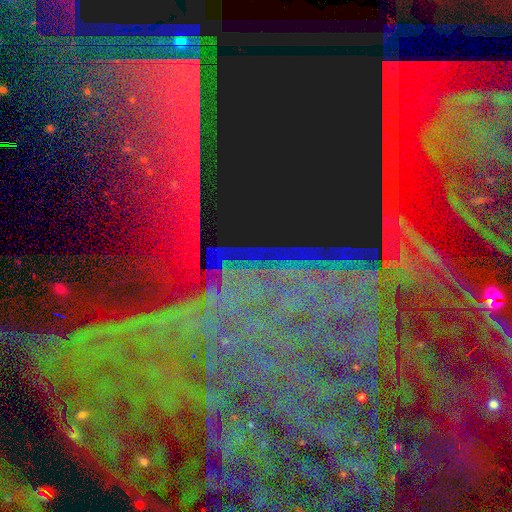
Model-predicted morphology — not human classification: Smooth or featured?
  - star or artifact: 85% *
  - featured or disk: 8%
  - smooth: 6%